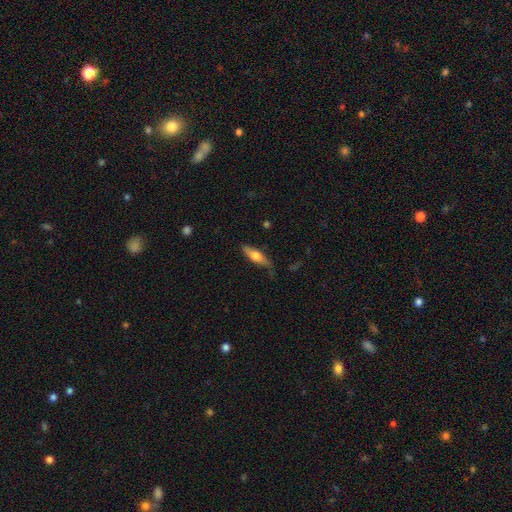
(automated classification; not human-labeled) Overall: smooth (56%; featured or disk 38%). How rounded: cigar-shaped (57%; in between 40%). Merging: none (66%).